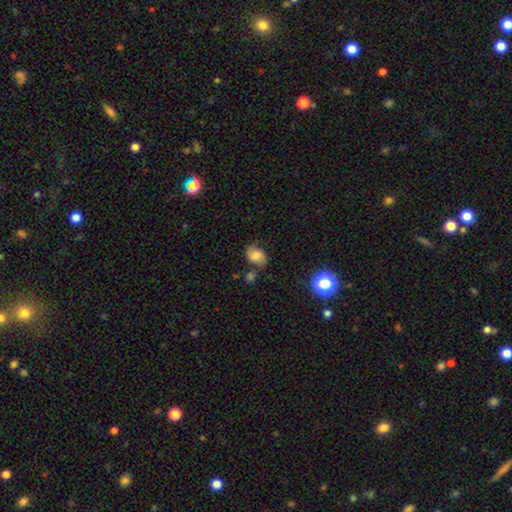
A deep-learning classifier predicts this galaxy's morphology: The model was most divided on "smooth or featured": smooth: 50%, featured or disk: 37%, star or artifact: 13%. More confident: how rounded — in between (64%); merging — none (57%).